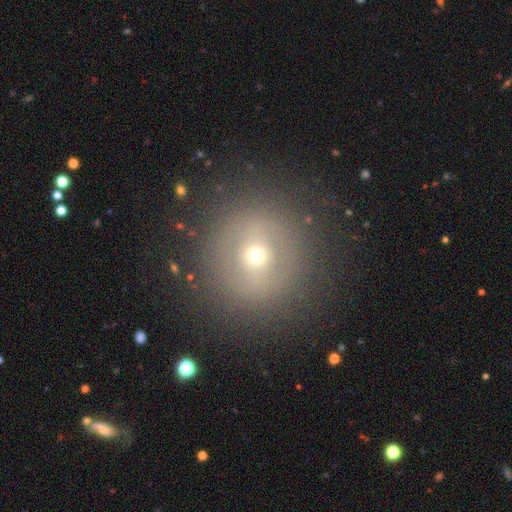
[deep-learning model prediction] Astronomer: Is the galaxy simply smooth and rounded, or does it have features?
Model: smooth — 47% (runner-up: featured or disk, 38%).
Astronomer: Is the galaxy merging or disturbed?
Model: none — 85%.